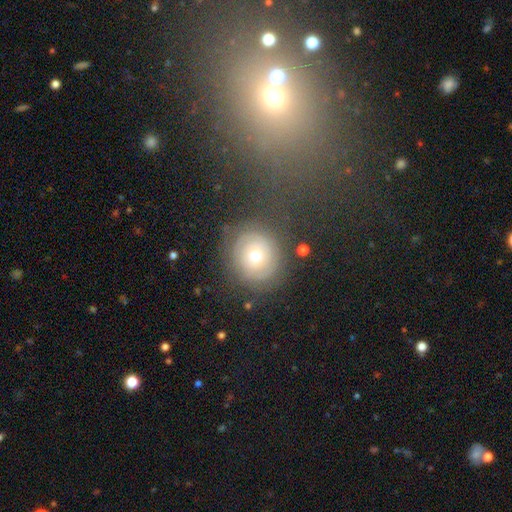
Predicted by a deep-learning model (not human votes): A featured or disk galaxy (50%).

Vote fractions:
- Smooth or featured? featured or disk: 50% / smooth: 38% / star or artifact: 12%
- Merging? none: 76% / minor disturbance: 13% / major disturbance: 8% / merger: 3%